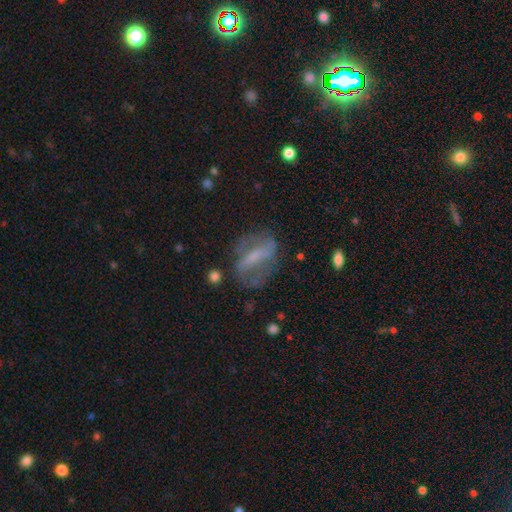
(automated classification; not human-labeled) Smooth or featured? Predicted: featured or disk (p=0.63). Edge-on disk? Predicted: no (p=0.88). Bar? Predicted: strong (p=0.53). Spiral arms? Predicted: yes (p=0.52). Bulge size? Predicted: none (p=0.38). Merging? Predicted: none (p=0.61).